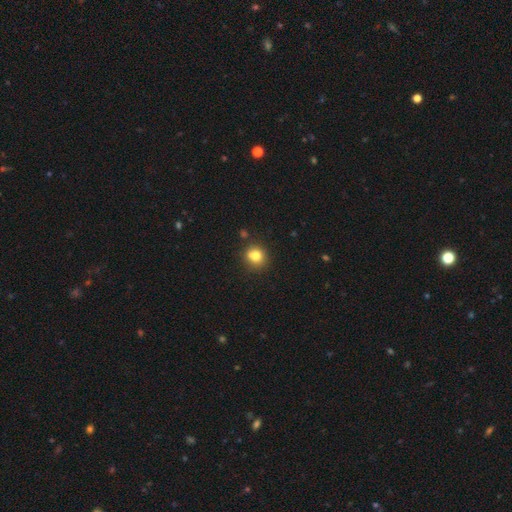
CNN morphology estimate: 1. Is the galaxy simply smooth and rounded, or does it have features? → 79% smooth, 12% star or artifact, 10% featured or disk.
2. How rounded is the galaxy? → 83% round, 16% in between, 1% cigar-shaped.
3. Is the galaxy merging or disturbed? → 73% none, 13% minor disturbance, 11% merger, 3% major disturbance.